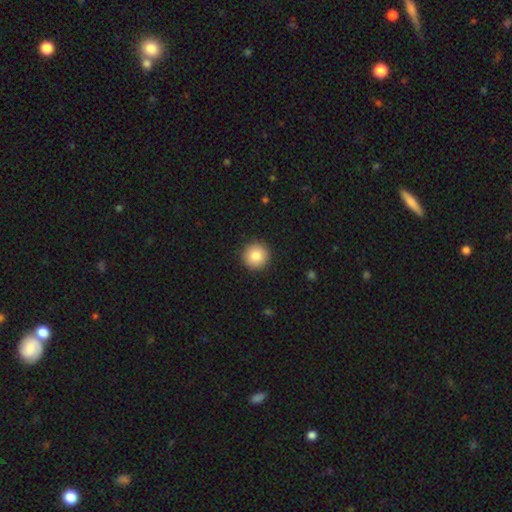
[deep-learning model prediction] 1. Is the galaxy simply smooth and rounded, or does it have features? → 84% smooth, 9% star or artifact, 7% featured or disk.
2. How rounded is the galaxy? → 96% round, 3% in between, 1% cigar-shaped.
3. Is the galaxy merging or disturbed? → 93% none, 5% minor disturbance, 2% major disturbance, 1% merger.